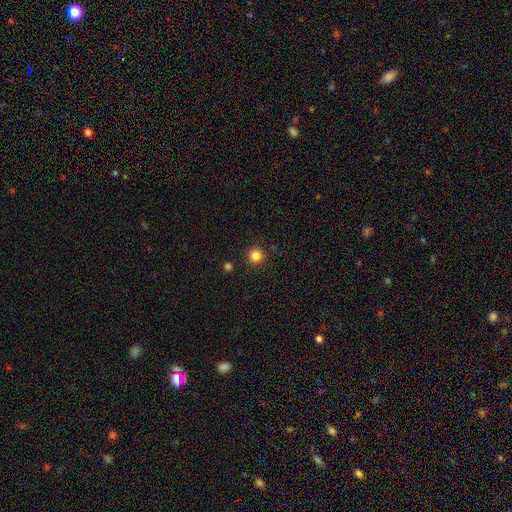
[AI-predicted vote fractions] smooth_or_featured: smooth (p=0.84) [alt: star or artifact p=0.12]
how_rounded: round (p=0.95) [alt: in between p=0.04]
merging: none (p=0.90) [alt: minor disturbance p=0.06]